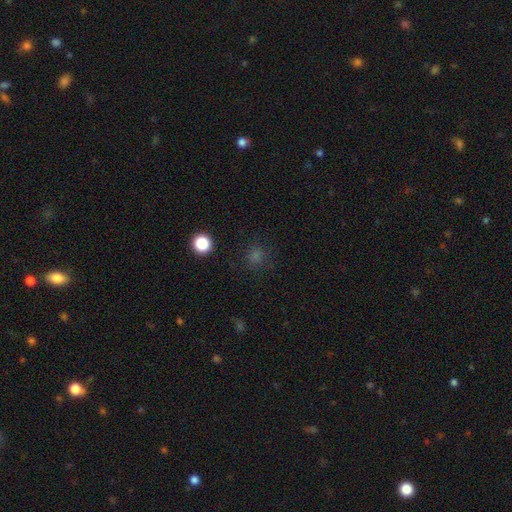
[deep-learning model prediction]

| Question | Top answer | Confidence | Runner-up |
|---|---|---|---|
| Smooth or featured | smooth | 62% | star or artifact (32%) |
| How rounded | round | 91% | in between (8%) |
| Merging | none | 85% | minor disturbance (9%) |